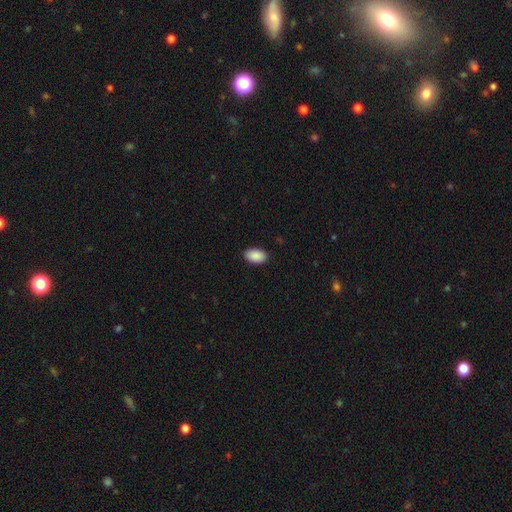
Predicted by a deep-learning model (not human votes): This appears to be a smooth galaxy with no disk features (91%) that is in between round and cigar-shaped (94%). Merging: none (89%).